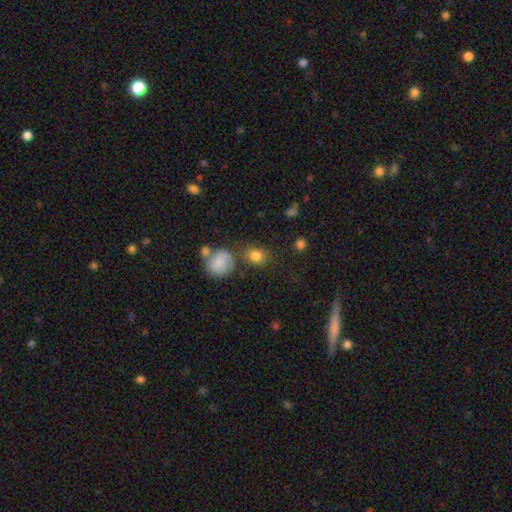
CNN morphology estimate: smooth-or-featured: smooth: 80% | star or artifact: 10% | featured or disk: 10%
  how-rounded: round: 69% | in between: 30% | cigar-shaped: 1%
  merging: none: 67% | minor disturbance: 16% | merger: 11% | major disturbance: 6%